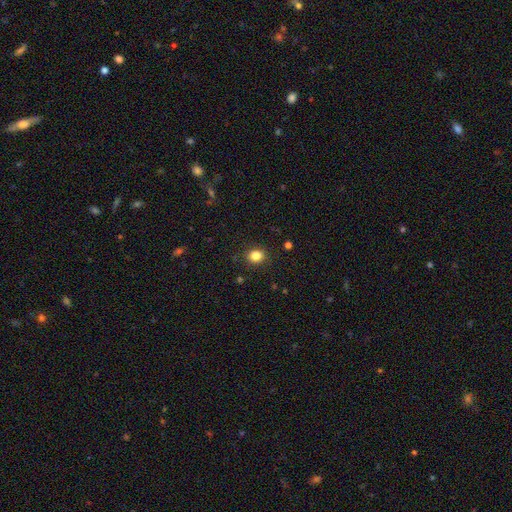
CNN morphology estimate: smooth-or-featured: smooth: 84% | star or artifact: 11% | featured or disk: 5%
  how-rounded: round: 62% | in between: 38% | cigar-shaped: 1%
  merging: none: 89% | minor disturbance: 8% | major disturbance: 2% | merger: 1%